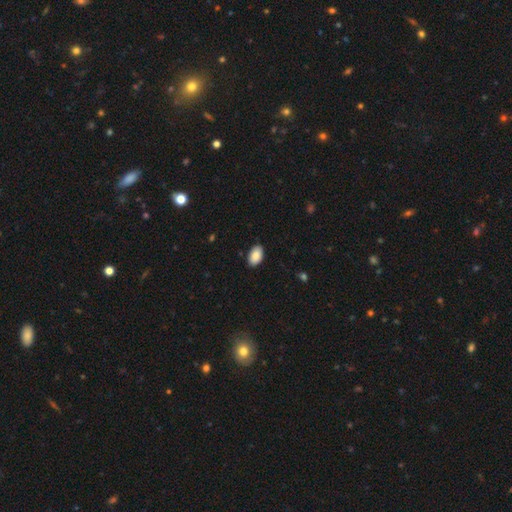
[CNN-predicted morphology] This appears to be a smooth galaxy with no disk features (88%) that is in between round and cigar-shaped (92%). Merging: none (88%).